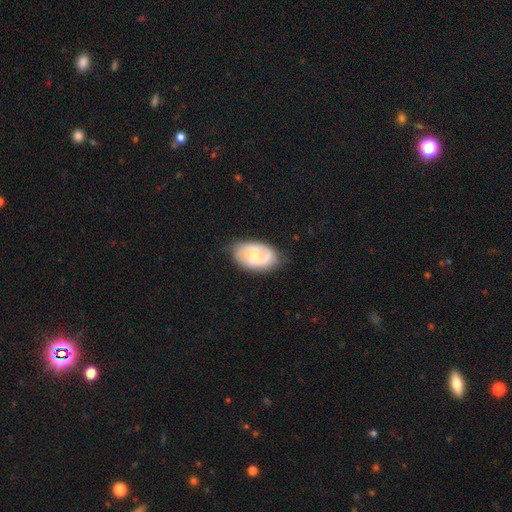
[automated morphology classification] This appears to be a featured or disk galaxy (52%). Merging: none (65%).